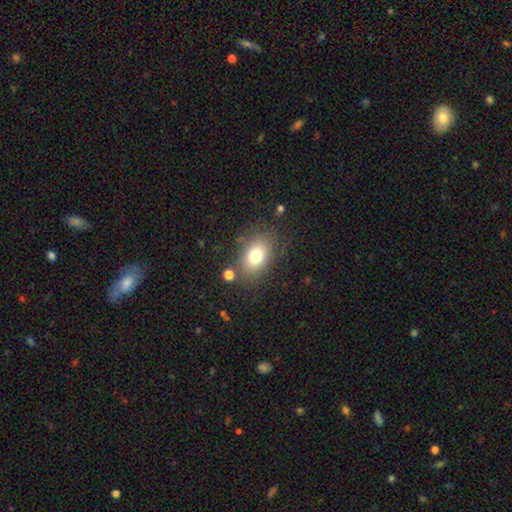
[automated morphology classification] The model was most divided on "how rounded": in between: 72%, round: 26%, cigar-shaped: 1%. More confident: merging — none (77%); smooth or featured — smooth (75%).